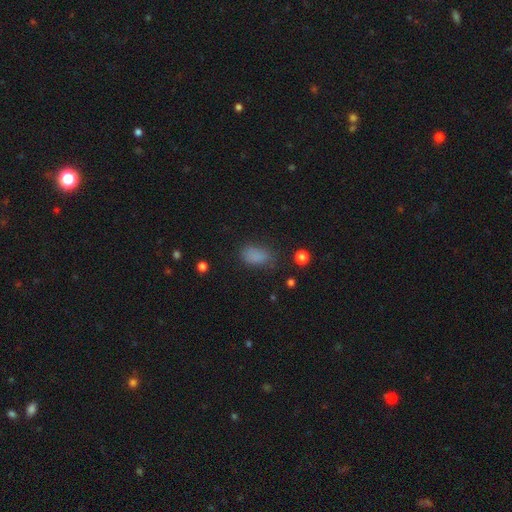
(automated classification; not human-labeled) Smooth or featured?
  - smooth: 81% *
  - star or artifact: 13%
  - featured or disk: 5%
How rounded?
  - in between: 89% *
  - round: 8%
  - cigar-shaped: 3%
Merging?
  - none: 65% *
  - minor disturbance: 23%
  - major disturbance: 9%
  - merger: 2%